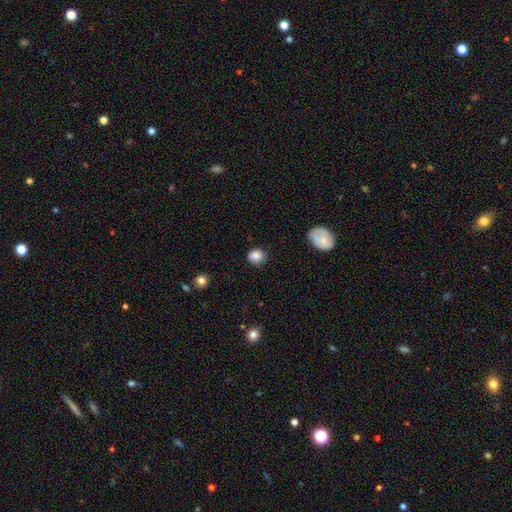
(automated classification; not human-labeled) smooth 86%, star or artifact 9%, featured or disk 5%. Down the decision tree: how rounded — round (81%); merging — none (82%).